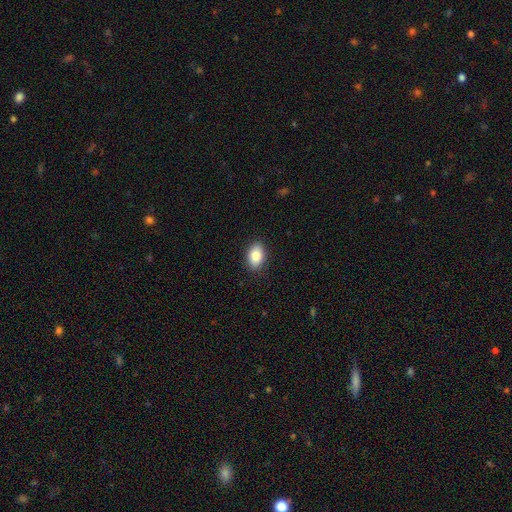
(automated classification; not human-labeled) A smooth galaxy with no disk features (85%) that is in between round and cigar-shaped (87%). Merging: none (88%).